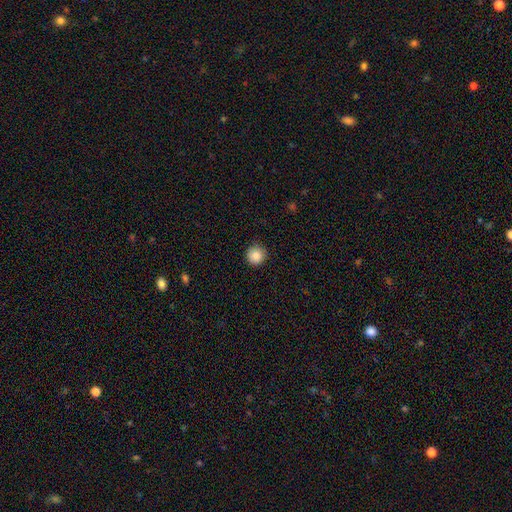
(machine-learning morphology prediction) This appears to be a smooth galaxy with no disk features (87%) that is round (95%). Merging: none (89%).